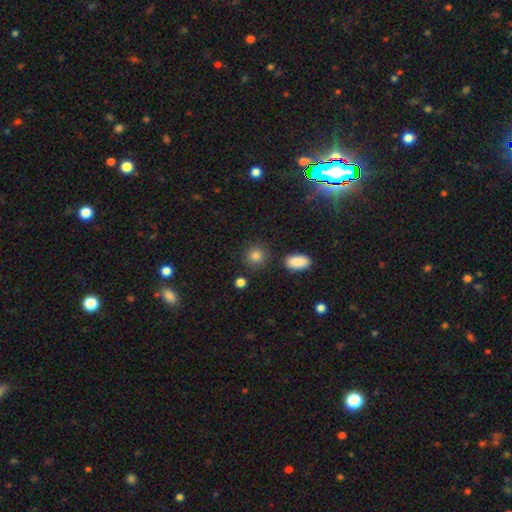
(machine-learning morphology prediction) smooth 85%, star or artifact 10%, featured or disk 5%. Down the decision tree: how rounded — round (85%); merging — none (84%).